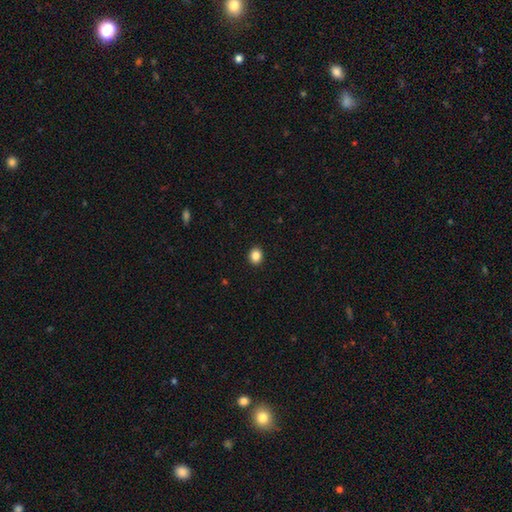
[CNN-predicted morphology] Overall: smooth (86%). How rounded: round (63%; in between 36%). Merging: none (92%).